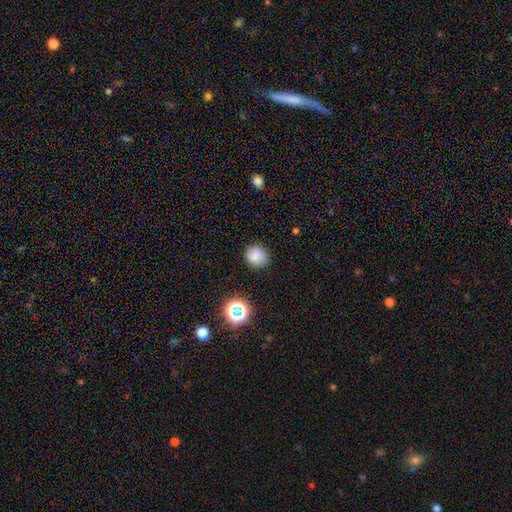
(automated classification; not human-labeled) A smooth galaxy with no disk features (81%) that is round (81%). Merging: none (84%).